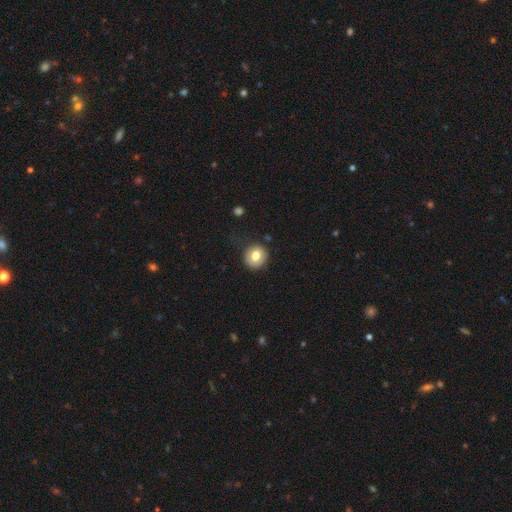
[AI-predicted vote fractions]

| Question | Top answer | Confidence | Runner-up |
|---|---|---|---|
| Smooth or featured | smooth | 76% | featured or disk (15%) |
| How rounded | round | 88% | in between (11%) |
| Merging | none | 81% | minor disturbance (13%) |